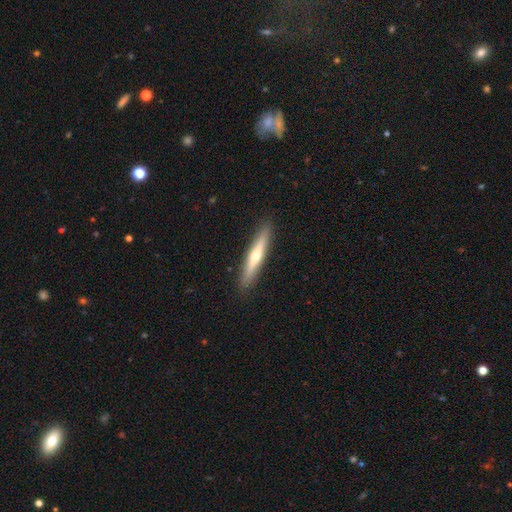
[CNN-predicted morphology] Smooth or featured? Predicted: featured or disk (p=0.49). Merging? Predicted: none (p=0.91).